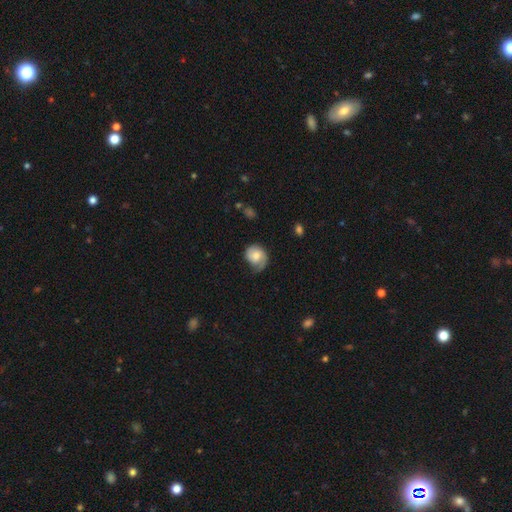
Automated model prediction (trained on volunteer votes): This appears to be a featured or disk galaxy (53%) with no bar (65%), spiral arms (88%) and a moderate central bulge (55%). Merging: none (51%).